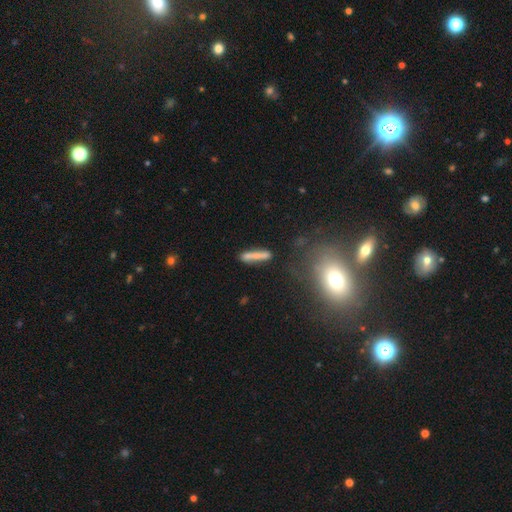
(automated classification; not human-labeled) Q: Smooth or featured?
A: smooth (69%); runner-up: featured or disk (22%)
Q: How rounded?
A: cigar-shaped (87%); runner-up: in between (11%)
Q: Merging?
A: none (66%); runner-up: minor disturbance (16%)